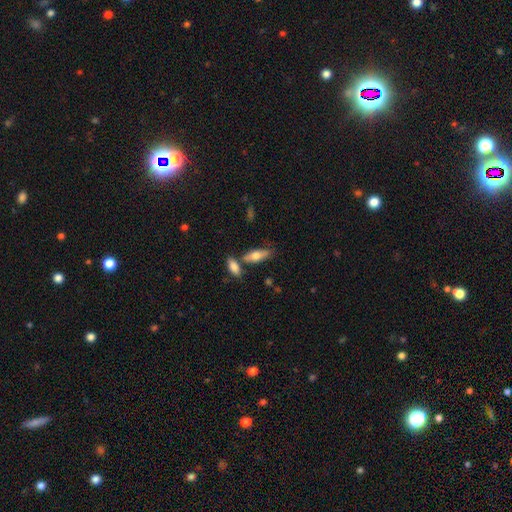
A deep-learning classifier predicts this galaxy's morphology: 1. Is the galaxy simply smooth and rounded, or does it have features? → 70% smooth, 24% featured or disk, 6% star or artifact.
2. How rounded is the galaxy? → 66% in between, 31% cigar-shaped, 3% round.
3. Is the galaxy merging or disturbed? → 63% none, 19% merger, 14% minor disturbance, 4% major disturbance.